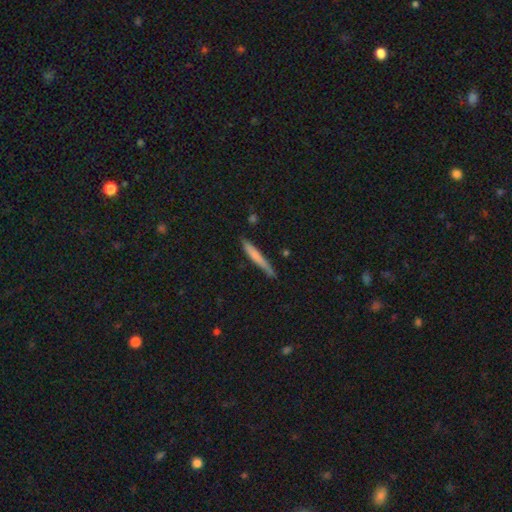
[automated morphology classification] Smooth or featured?
  - smooth: 66% *
  - featured or disk: 28%
  - star or artifact: 6%
How rounded?
  - cigar-shaped: 95% *
  - in between: 4%
  - round: 1%
Merging?
  - none: 74% *
  - minor disturbance: 19%
  - major disturbance: 3%
  - merger: 3%